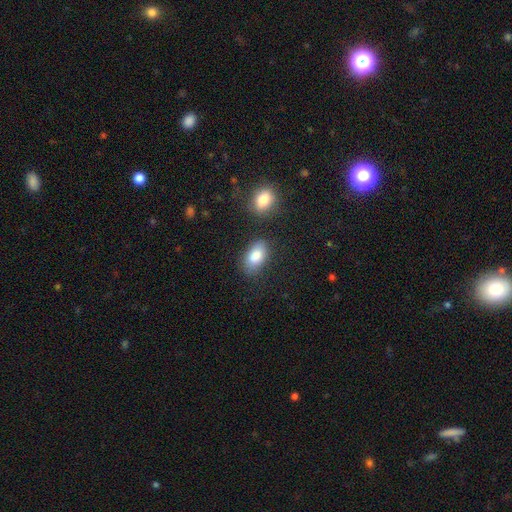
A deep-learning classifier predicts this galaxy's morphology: smooth_or_featured: smooth (p=0.85) [alt: featured or disk p=0.08]
how_rounded: in between (p=0.91) [alt: round p=0.06]
merging: none (p=0.73) [alt: minor disturbance p=0.16]